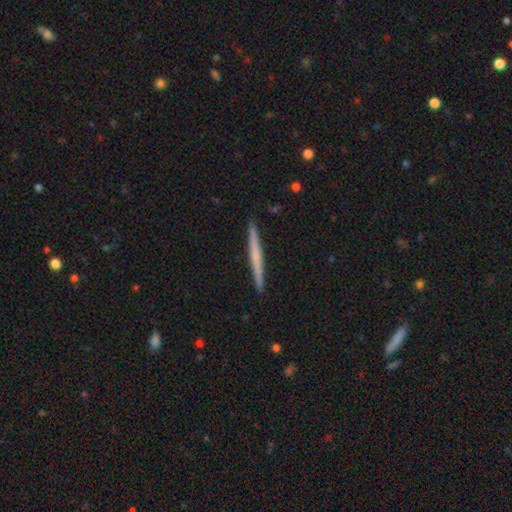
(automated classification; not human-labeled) The model was most divided on "smooth or featured": featured or disk: 50%, smooth: 45%, star or artifact: 5%. More confident: edge-on disk — yes (98%); merging — none (93%).